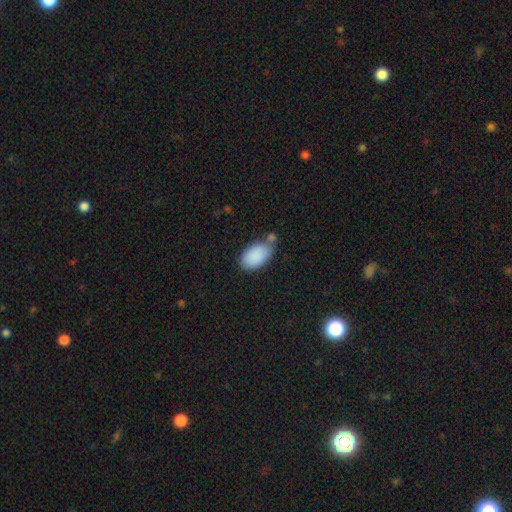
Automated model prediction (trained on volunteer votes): A smooth galaxy with no disk features (89%) that is in between round and cigar-shaped (94%).

Vote fractions:
- Smooth or featured? smooth: 89% / star or artifact: 7% / featured or disk: 5%
- How rounded? in between: 94% / round: 4% / cigar-shaped: 2%
- Merging? none: 60% / minor disturbance: 19% / merger: 16% / major disturbance: 6%